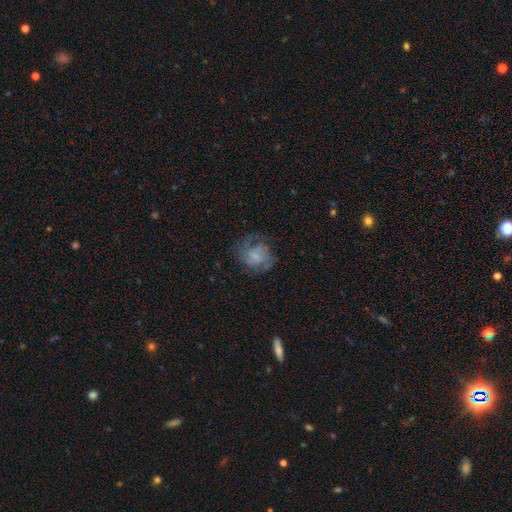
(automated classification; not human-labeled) featured or disk 60%, smooth 30%, star or artifact 9%. Down the decision tree: edge-on disk — no (98%); bar — no (59%); spiral arms — yes (83%); bulge size — small (41%); merging — none (58%).